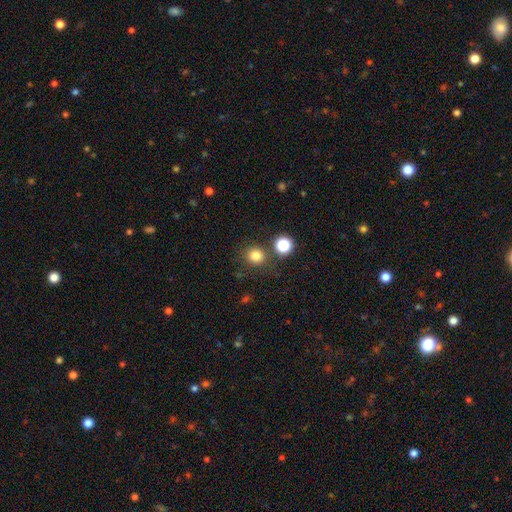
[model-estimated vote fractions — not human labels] smooth 81%, star or artifact 14%, featured or disk 5%. Down the decision tree: how rounded — round (87%); merging — none (81%).